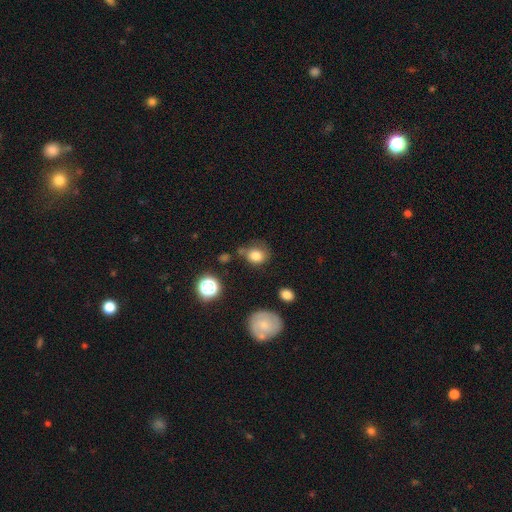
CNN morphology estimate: A smooth galaxy with no disk features (80%) that is round (69%). Merging: none (58%).